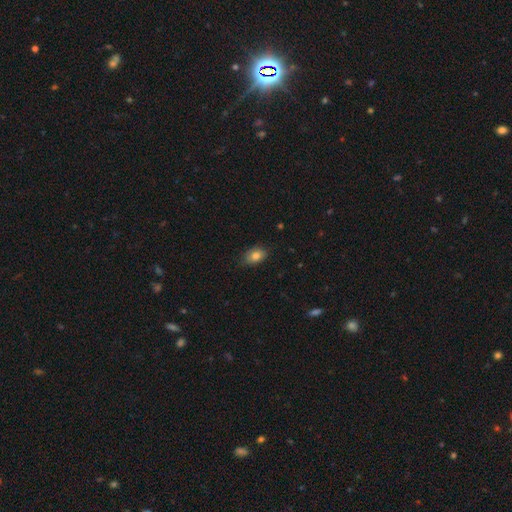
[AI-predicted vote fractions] Smooth or featured: smooth — 82% (featured or disk — 9%)
How rounded: in between — 83% (round — 15%)
Merging: none — 78% (minor disturbance — 18%)